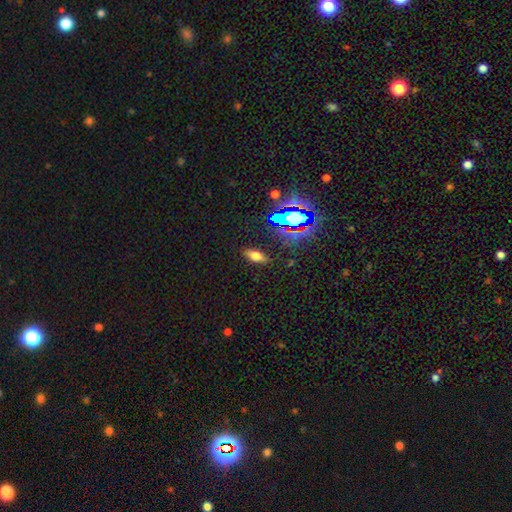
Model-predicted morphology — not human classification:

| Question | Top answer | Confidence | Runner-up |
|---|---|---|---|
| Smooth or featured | smooth | 62% | star or artifact (22%) |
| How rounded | in between | 77% | cigar-shaped (18%) |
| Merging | none | 87% | minor disturbance (9%) |